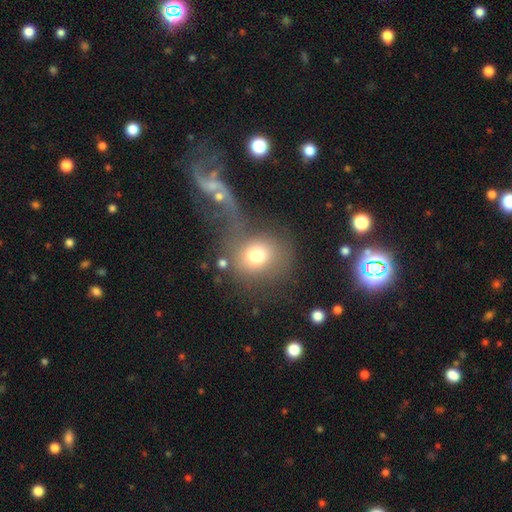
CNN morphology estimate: Smooth or featured? Predicted: smooth (p=0.70). How rounded? Predicted: round (p=0.76). Merging? Predicted: none (p=0.34).